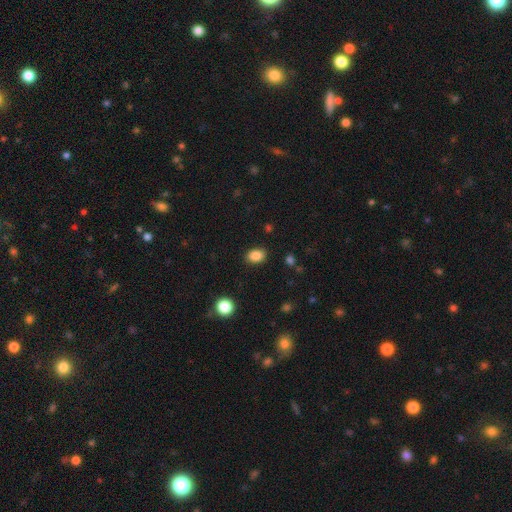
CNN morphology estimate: Overall: smooth (86%). How rounded: in between (74%). Merging: none (87%).